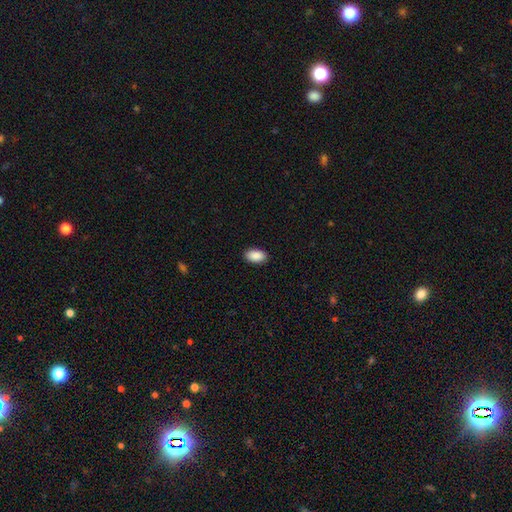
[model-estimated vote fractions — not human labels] The model was most divided on "merging": none: 90%, minor disturbance: 7%, major disturbance: 2%, merger: 1%. More confident: how rounded — in between (95%); smooth or featured — smooth (91%).